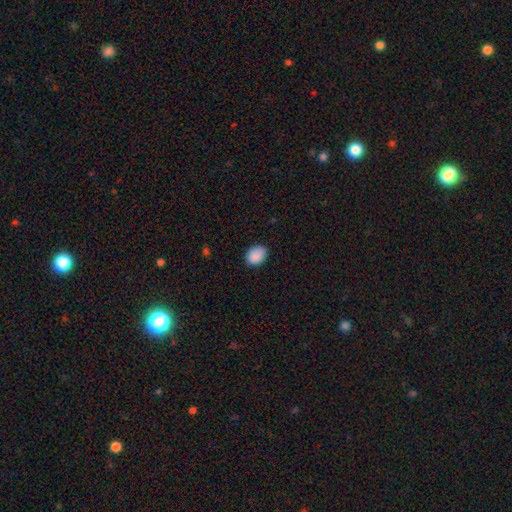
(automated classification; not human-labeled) Smooth or featured?
  - smooth: 90% *
  - star or artifact: 7%
  - featured or disk: 3%
How rounded?
  - in between: 67% *
  - round: 32%
  - cigar-shaped: 1%
Merging?
  - none: 84% *
  - minor disturbance: 13%
  - major disturbance: 2%
  - merger: 1%